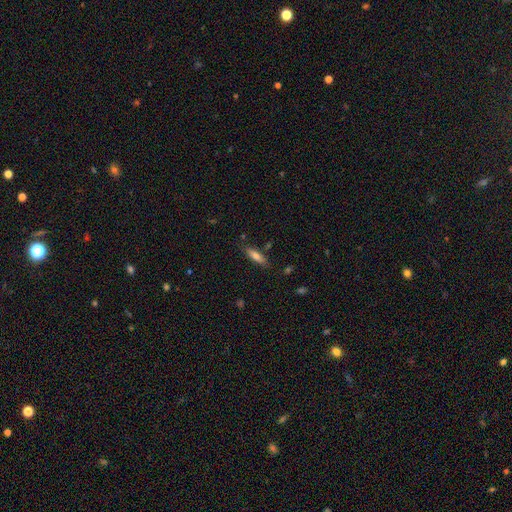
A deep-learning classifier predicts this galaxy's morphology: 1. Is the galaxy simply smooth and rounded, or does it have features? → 73% smooth, 20% featured or disk, 7% star or artifact.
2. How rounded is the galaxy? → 62% cigar-shaped, 37% in between, 2% round.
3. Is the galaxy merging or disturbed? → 81% none, 13% minor disturbance, 3% merger, 3% major disturbance.